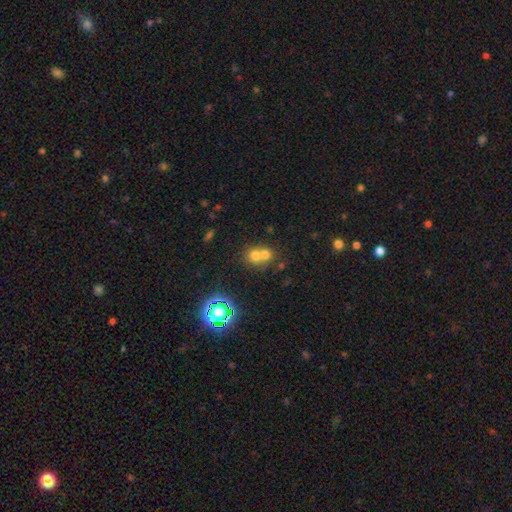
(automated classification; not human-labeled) Smooth or featured? Predicted: smooth (p=0.65). How rounded? Predicted: round (p=0.76). Merging? Predicted: merger (p=0.63).